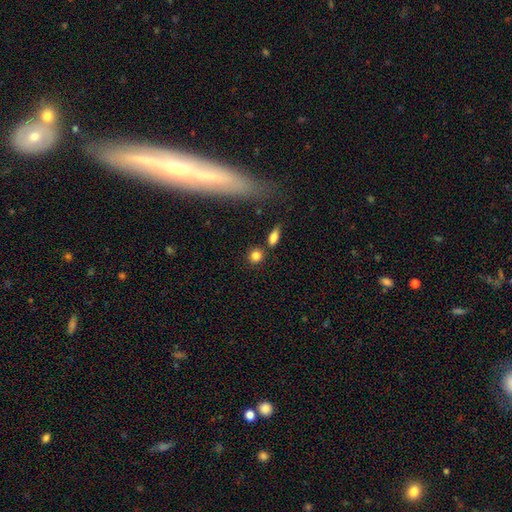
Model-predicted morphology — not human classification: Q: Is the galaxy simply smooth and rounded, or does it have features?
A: smooth — 84%.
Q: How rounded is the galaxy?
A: round — 78%.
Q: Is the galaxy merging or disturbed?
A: none — 74%.